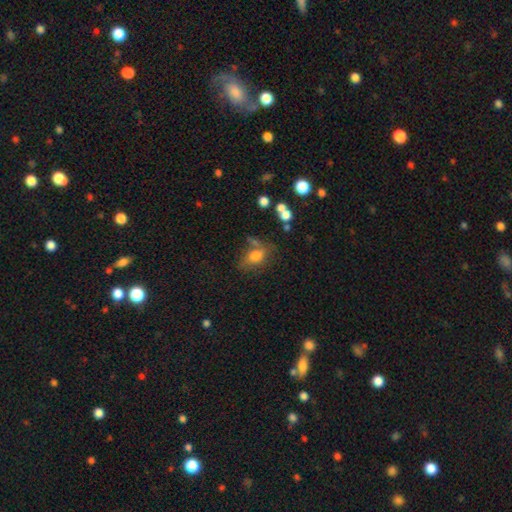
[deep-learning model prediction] Smooth or featured: smooth — 72% (featured or disk — 16%)
How rounded: in between — 76% (round — 21%)
Merging: none — 50% (minor disturbance — 22%)